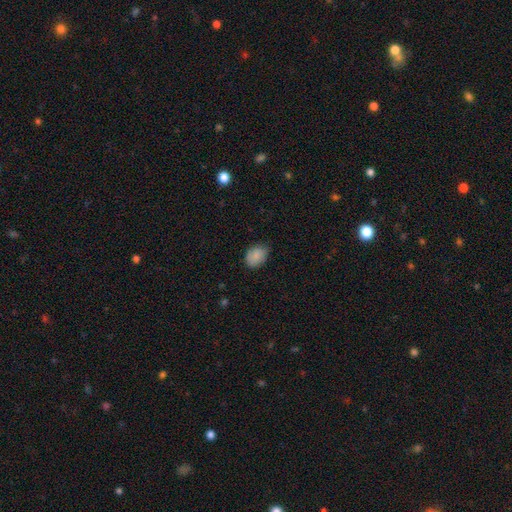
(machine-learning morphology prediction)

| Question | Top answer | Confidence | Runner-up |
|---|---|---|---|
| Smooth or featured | smooth | 84% | featured or disk (8%) |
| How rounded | in between | 70% | round (29%) |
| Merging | none | 70% | minor disturbance (25%) |